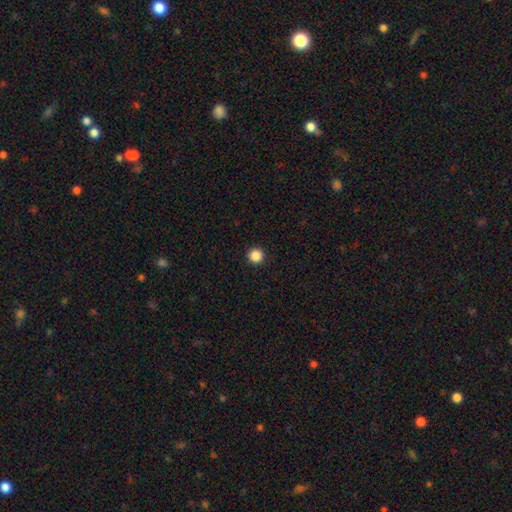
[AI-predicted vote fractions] smooth 87%, star or artifact 10%, featured or disk 2%. Down the decision tree: how rounded — round (96%); merging — none (94%).